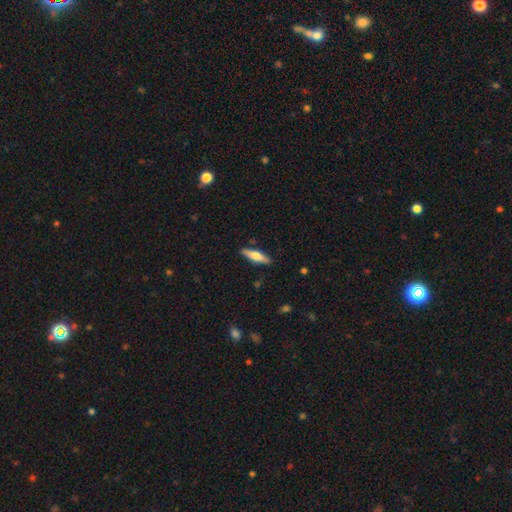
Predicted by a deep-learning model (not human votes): The model was most divided on "smooth or featured": smooth: 55%, featured or disk: 39%, star or artifact: 6%. More confident: merging — none (87%); how rounded — cigar-shaped (63%).